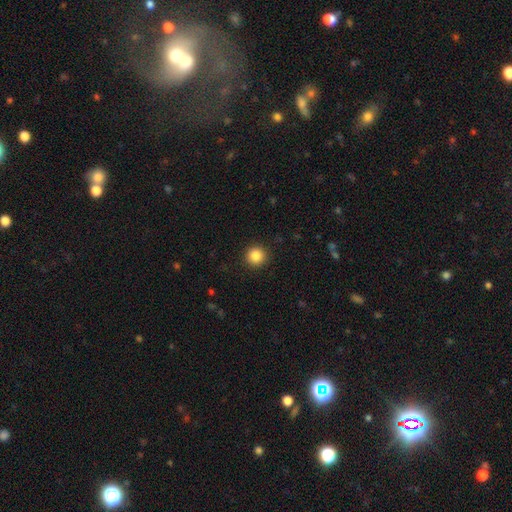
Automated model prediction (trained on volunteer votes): Smooth or featured? Predicted: smooth (p=0.86). How rounded? Predicted: round (p=0.95). Merging? Predicted: none (p=0.92).